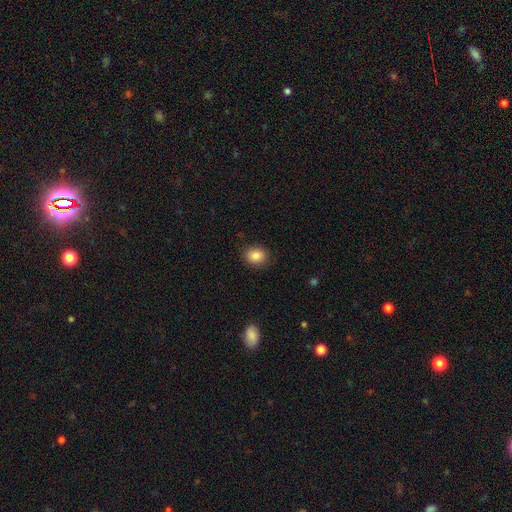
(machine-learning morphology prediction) Smooth or featured: smooth — 86% (star or artifact — 9%)
How rounded: round — 59% (in between — 40%)
Merging: none — 87% (minor disturbance — 9%)